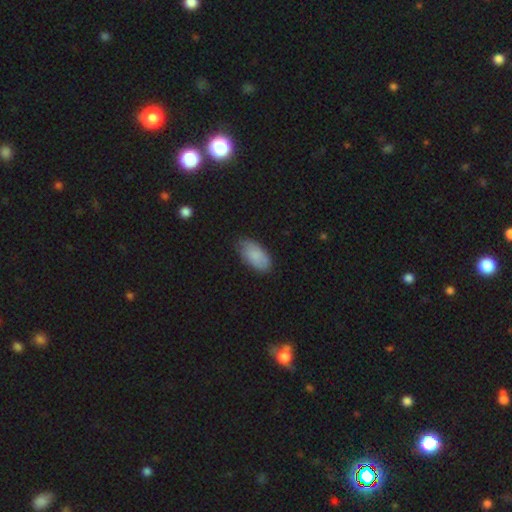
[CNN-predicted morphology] This is clearly a smooth galaxy (84%). How rounded: clearly in between (94%). Merging: likely none (74%).